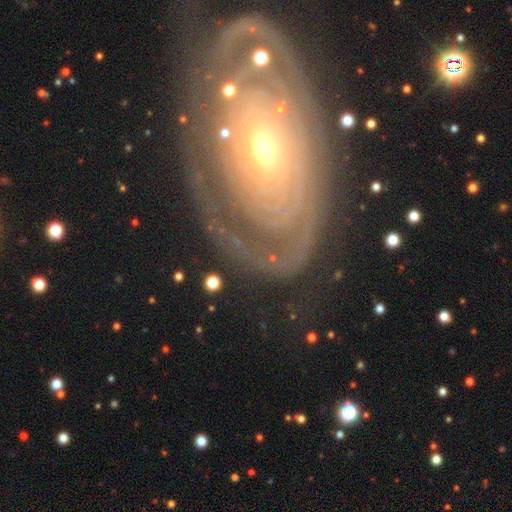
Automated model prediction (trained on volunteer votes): A featured or disk galaxy (79%) with no bar (78%), tight (73%) spiral arms (82%) and a small central bulge (57%).

Vote fractions:
- Smooth or featured? featured or disk: 79% / smooth: 13% / star or artifact: 8%
- Edge-on disk? no: 94% / yes: 6%
- Bar? no: 78% / weak: 15% / strong: 7%
- Spiral arms? yes: 82% / no: 18%
- Spiral winding? tight: 73% / medium: 19% / loose: 7%
- Spiral arm count? can't tell: 41% / 2: 27% / 3: 10% / 1: 8% / more than 4: 7% / 4: 7%
- Bulge size? small: 57% / moderate: 35% / large: 4% / dominant: 2% / none: 1%
- Merging? none: 71% / minor disturbance: 15% / major disturbance: 10% / merger: 4%